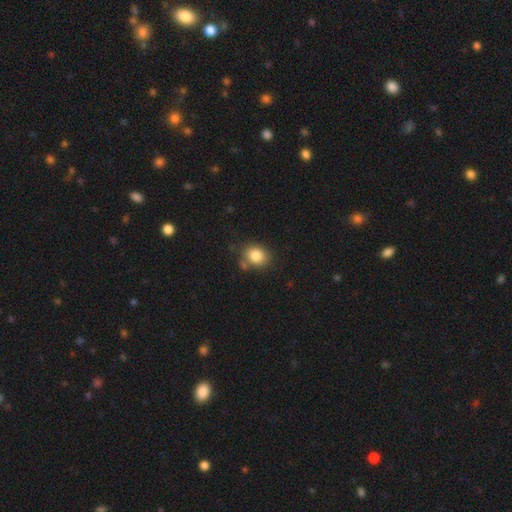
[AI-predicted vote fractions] Smooth or featured? smooth (84%)
How rounded? round (56%)
Merging? none (69%)